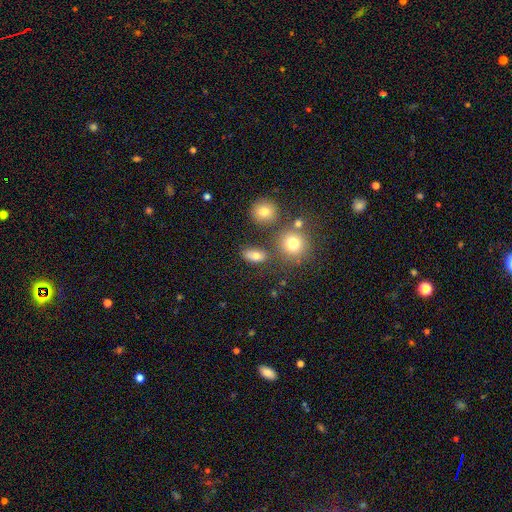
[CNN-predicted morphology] Smooth or featured? smooth (76%)
How rounded? in between (75%)
Merging? none (74%)